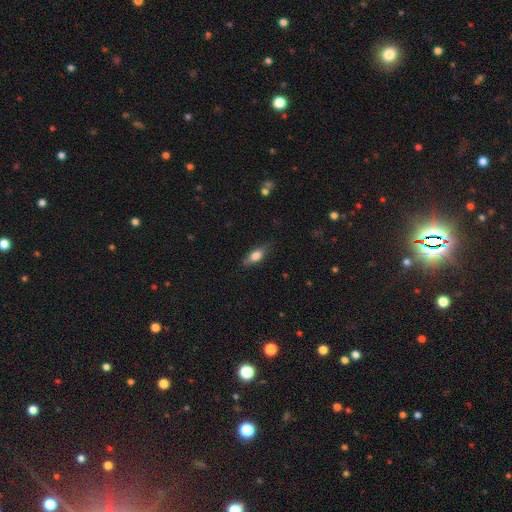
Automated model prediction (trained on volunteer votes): A smooth galaxy with no disk features (72%) that is in between round and cigar-shaped (73%).

Vote fractions:
- Smooth or featured? smooth: 72% / featured or disk: 21% / star or artifact: 7%
- How rounded? in between: 73% / cigar-shaped: 23% / round: 4%
- Merging? none: 76% / minor disturbance: 19% / major disturbance: 4% / merger: 1%